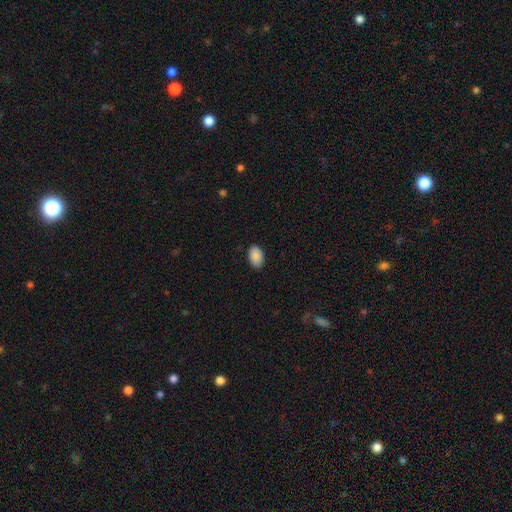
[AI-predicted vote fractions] Q: Smooth or featured?
A: smooth (90%); runner-up: star or artifact (7%)
Q: How rounded?
A: in between (92%); runner-up: round (7%)
Q: Merging?
A: none (88%); runner-up: minor disturbance (9%)